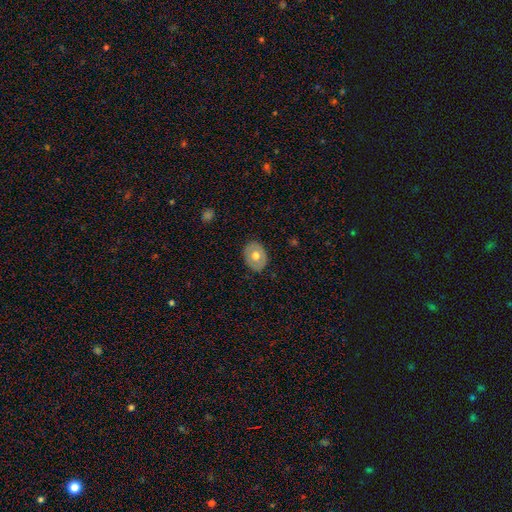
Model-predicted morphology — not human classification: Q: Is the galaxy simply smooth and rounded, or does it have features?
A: smooth — 62%.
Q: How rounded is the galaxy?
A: in between — 59%.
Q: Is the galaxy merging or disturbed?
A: none — 86%.